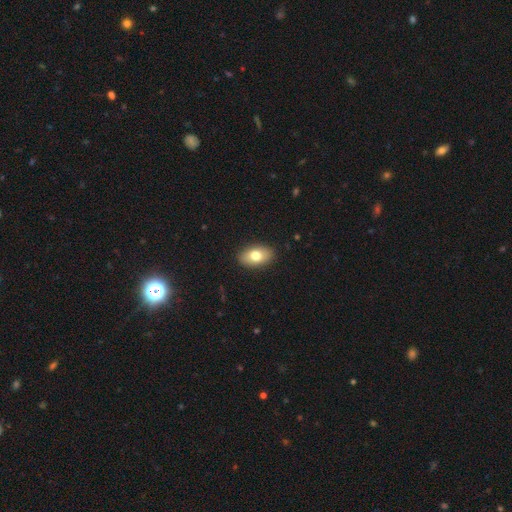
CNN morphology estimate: Smooth or featured?
  - smooth: 76% *
  - featured or disk: 17%
  - star or artifact: 7%
How rounded?
  - in between: 90% *
  - round: 8%
  - cigar-shaped: 2%
Merging?
  - none: 89% *
  - minor disturbance: 8%
  - major disturbance: 2%
  - merger: 1%